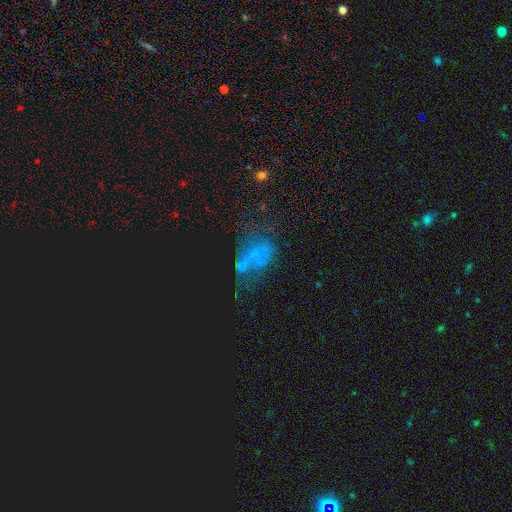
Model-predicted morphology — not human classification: The model was most divided on "smooth or featured": featured or disk: 37%, smooth: 34%, star or artifact: 29%. Remaining: merging — major disturbance (41%).